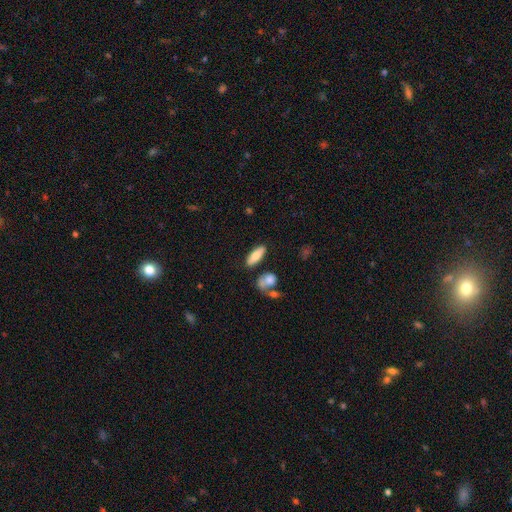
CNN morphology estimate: Smooth or featured: smooth — 74% (featured or disk — 19%)
How rounded: in between — 64% (cigar-shaped — 33%)
Merging: none — 78% (minor disturbance — 12%)